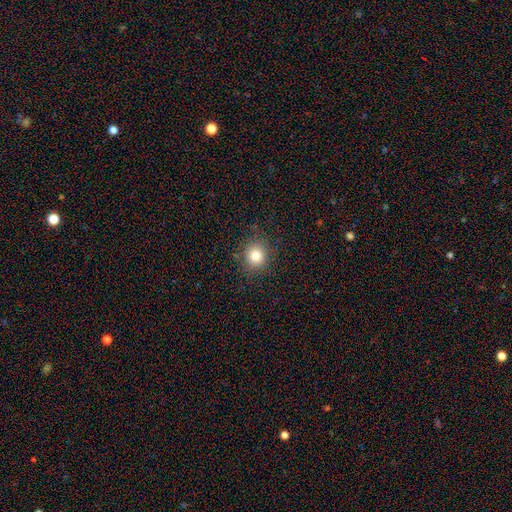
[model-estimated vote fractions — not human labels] Smooth or featured: smooth — 81% (star or artifact — 13%)
How rounded: round — 87% (in between — 12%)
Merging: none — 88% (minor disturbance — 8%)